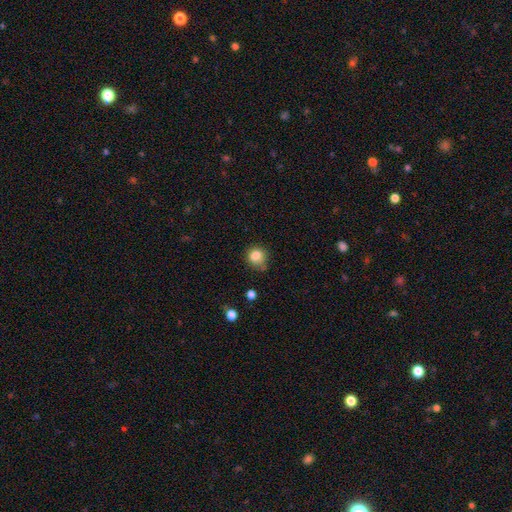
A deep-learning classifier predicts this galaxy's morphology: smooth-or-featured: smooth: 83% | star or artifact: 11% | featured or disk: 6%
  how-rounded: round: 85% | in between: 15% | cigar-shaped: 1%
  merging: none: 65% | minor disturbance: 25% | major disturbance: 6% | merger: 5%